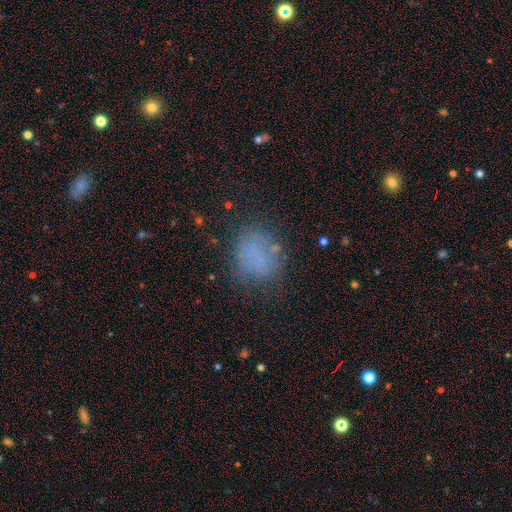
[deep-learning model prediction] Smooth or featured? Predicted: smooth (p=0.61). How rounded? Predicted: round (p=0.56). Merging? Predicted: none (p=0.65).